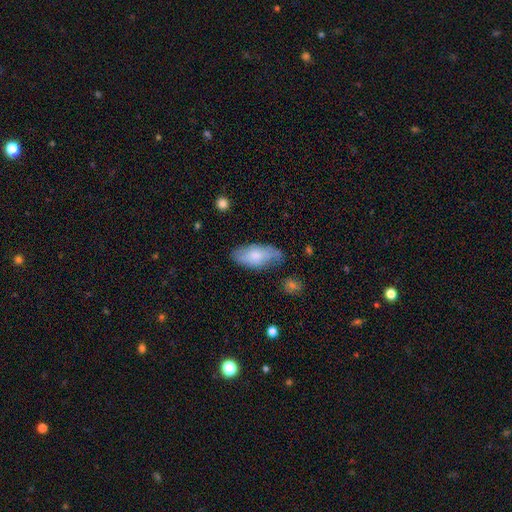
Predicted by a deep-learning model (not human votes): smooth_or_featured: smooth (p=0.72) [alt: featured or disk p=0.22]
how_rounded: in between (p=0.92) [alt: cigar-shaped p=0.06]
merging: none (p=0.68) [alt: minor disturbance p=0.24]